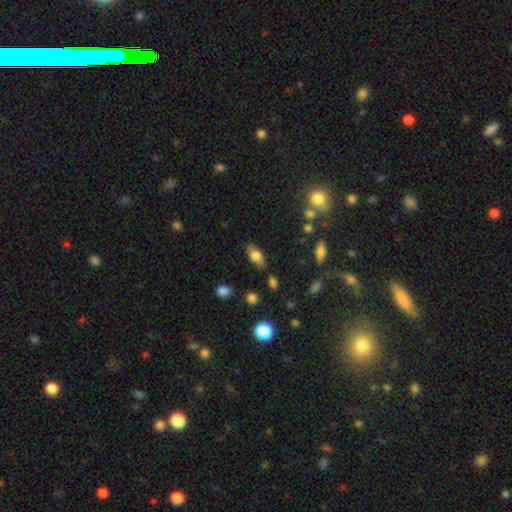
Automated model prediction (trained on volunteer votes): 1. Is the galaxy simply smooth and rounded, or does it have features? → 67% smooth, 25% featured or disk, 8% star or artifact.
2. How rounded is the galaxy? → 82% in between, 13% cigar-shaped, 5% round.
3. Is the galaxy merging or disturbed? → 77% none, 16% minor disturbance, 4% major disturbance, 3% merger.